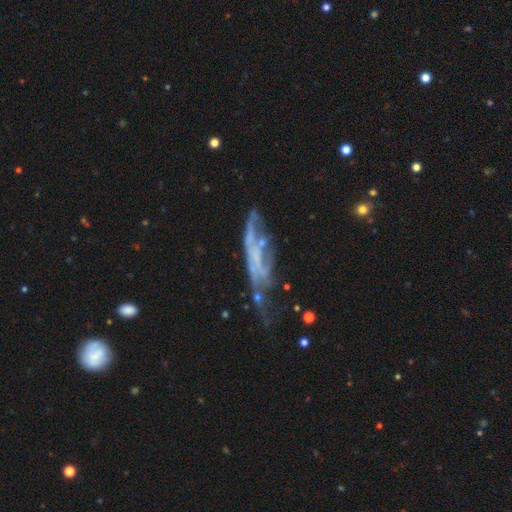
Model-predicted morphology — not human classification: smooth-or-featured: featured or disk: 67% | smooth: 21% | star or artifact: 12%
  disk-edge-on: no: 60% | yes: 40%
  merging: major disturbance: 33% | none: 32% | minor disturbance: 26% | merger: 9%